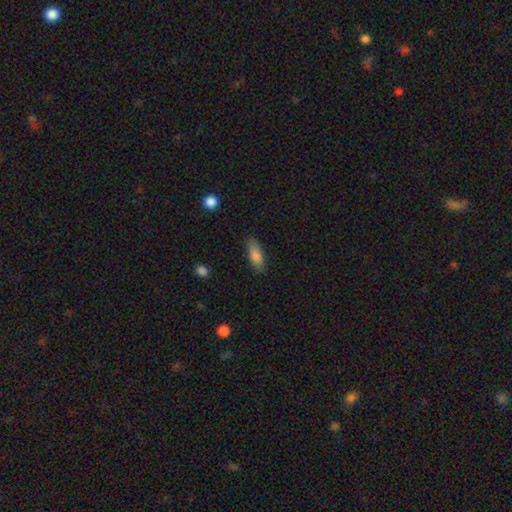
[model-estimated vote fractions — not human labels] Overall: smooth (82%). How rounded: in between (67%; cigar-shaped 31%). Merging: none (85%).